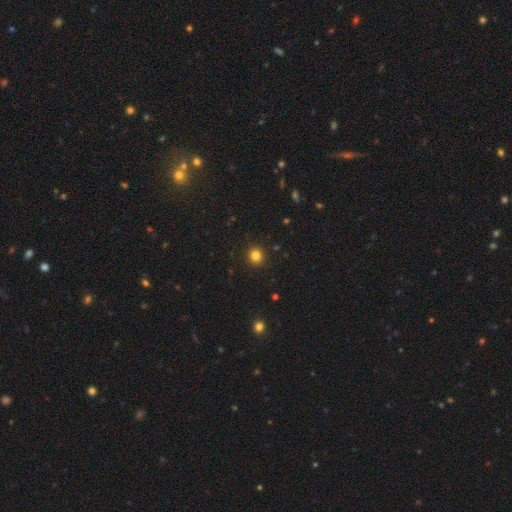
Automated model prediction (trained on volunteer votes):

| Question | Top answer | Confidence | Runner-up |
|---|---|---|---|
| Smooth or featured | smooth | 82% | star or artifact (13%) |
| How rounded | round | 87% | in between (12%) |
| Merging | none | 92% | minor disturbance (5%) |